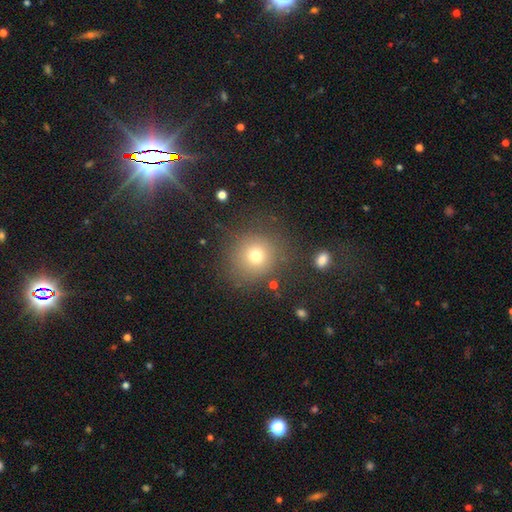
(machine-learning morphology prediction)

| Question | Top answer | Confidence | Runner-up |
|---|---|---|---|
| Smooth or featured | smooth | 73% | star or artifact (16%) |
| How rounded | round | 88% | in between (11%) |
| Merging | none | 81% | minor disturbance (11%) |